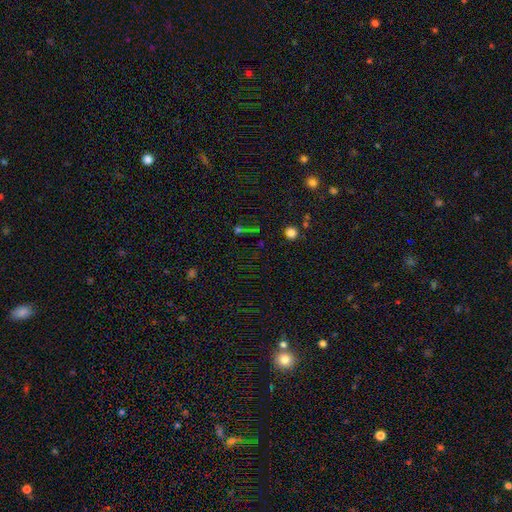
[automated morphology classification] type=star or artifact (52%).